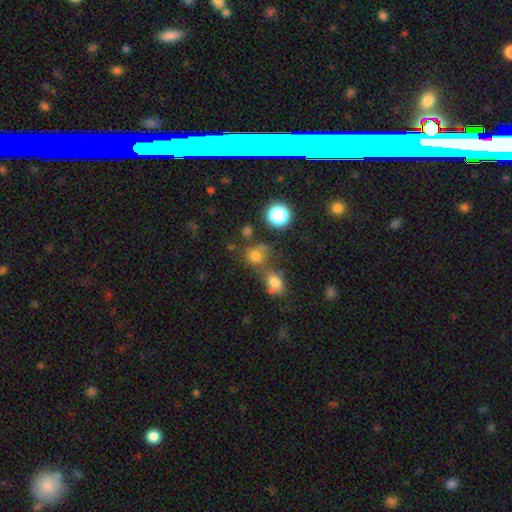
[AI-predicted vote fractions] Smooth or featured? smooth (71%)
How rounded? round (77%)
Merging? none (51%)